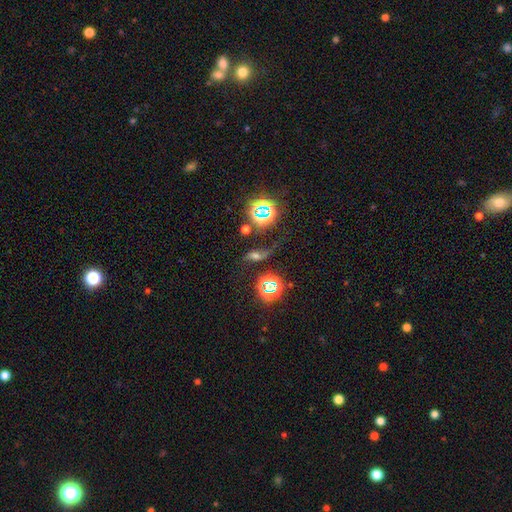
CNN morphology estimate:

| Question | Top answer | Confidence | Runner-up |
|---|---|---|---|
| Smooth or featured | featured or disk | 35% | smooth (33%) |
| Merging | none | 54% | minor disturbance (22%) |